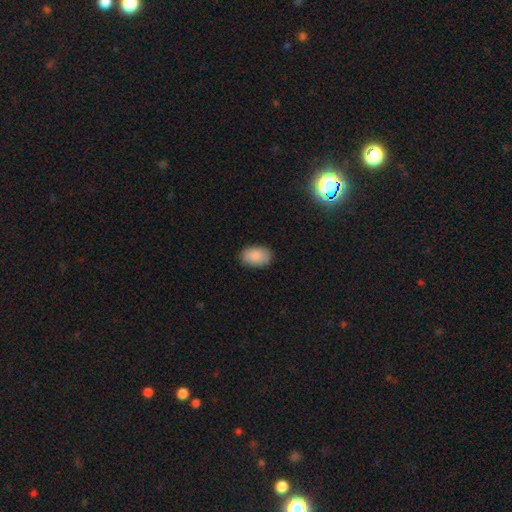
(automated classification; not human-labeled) A smooth galaxy with no disk features (89%) that is in between round and cigar-shaped (90%).

Vote fractions:
- Smooth or featured? smooth: 89% / star or artifact: 7% / featured or disk: 4%
- How rounded? in between: 90% / round: 9% / cigar-shaped: 1%
- Merging? none: 87% / minor disturbance: 10% / major disturbance: 2% / merger: 1%